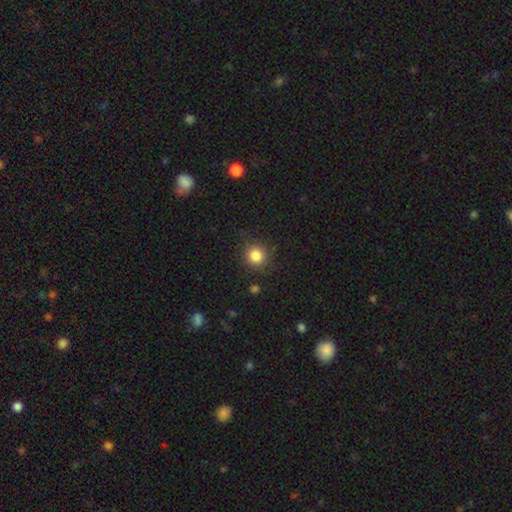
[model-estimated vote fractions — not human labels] Q: Smooth or featured?
A: smooth (84%); runner-up: star or artifact (11%)
Q: How rounded?
A: round (90%); runner-up: in between (9%)
Q: Merging?
A: none (88%); runner-up: minor disturbance (8%)